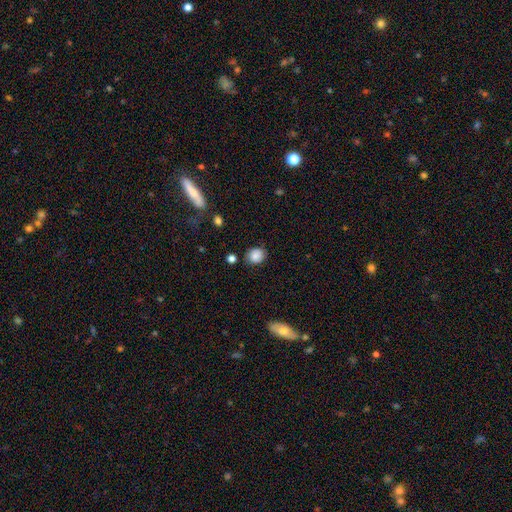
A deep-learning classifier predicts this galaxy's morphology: A smooth galaxy with no disk features (84%) that is round (71%).

Vote fractions:
- Smooth or featured? smooth: 84% / star or artifact: 9% / featured or disk: 7%
- How rounded? round: 71% / in between: 28% / cigar-shaped: 1%
- Merging? none: 80% / minor disturbance: 14% / major disturbance: 3% / merger: 3%